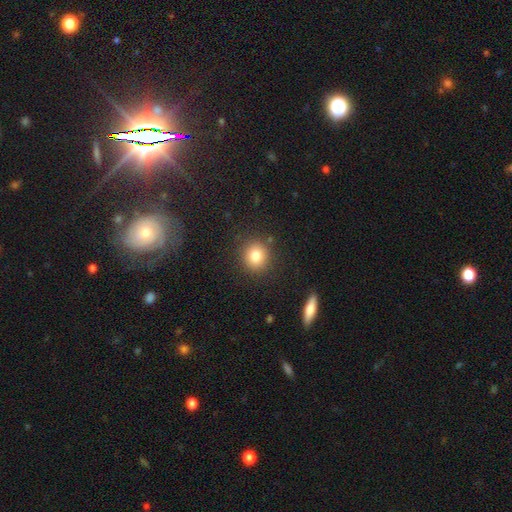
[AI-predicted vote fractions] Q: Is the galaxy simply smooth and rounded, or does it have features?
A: smooth — 82%.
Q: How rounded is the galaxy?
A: round — 84%.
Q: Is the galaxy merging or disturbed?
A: none — 87%.